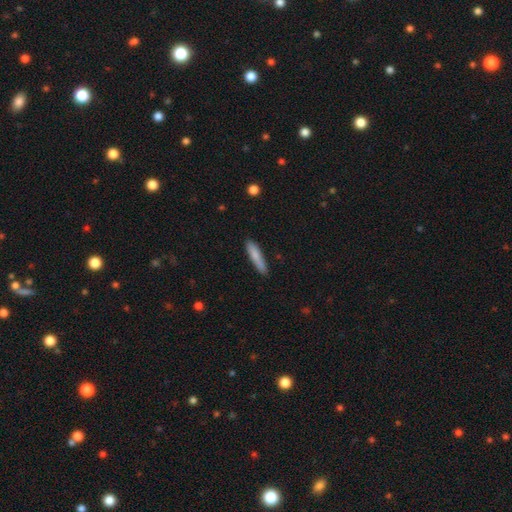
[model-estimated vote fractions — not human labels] This appears to be a smooth galaxy with no disk features (81%) that is cigar-shaped (84%). Merging: none (85%).